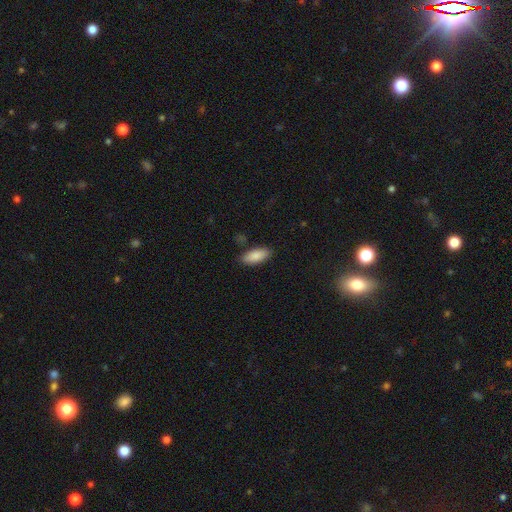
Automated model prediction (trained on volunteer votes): Q: Smooth or featured?
A: smooth (87%); runner-up: featured or disk (7%)
Q: How rounded?
A: in between (81%); runner-up: cigar-shaped (17%)
Q: Merging?
A: none (85%); runner-up: minor disturbance (11%)